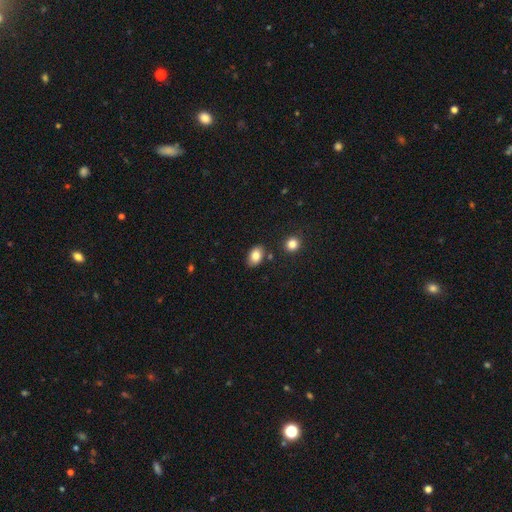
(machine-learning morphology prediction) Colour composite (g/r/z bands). It shows a smooth galaxy with no disk features (83%) that is in between round and cigar-shaped (83%). Merging: none (81%).